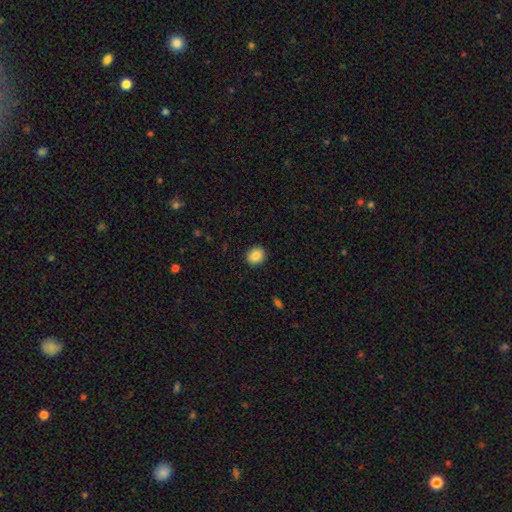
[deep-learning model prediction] smooth-or-featured: smooth: 87% | star or artifact: 8% | featured or disk: 5%
  how-rounded: round: 71% | in between: 28% | cigar-shaped: 1%
  merging: none: 92% | minor disturbance: 6% | major disturbance: 2% | merger: 1%